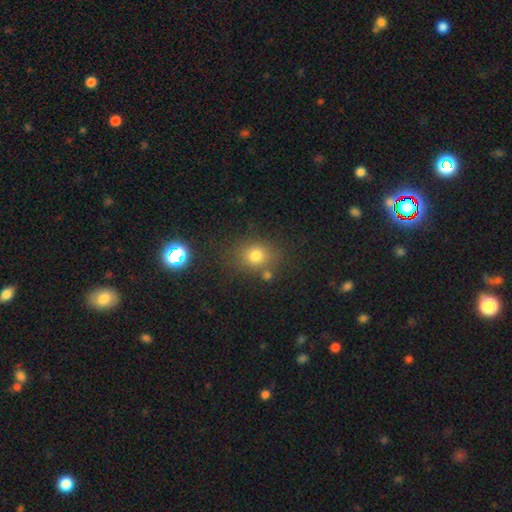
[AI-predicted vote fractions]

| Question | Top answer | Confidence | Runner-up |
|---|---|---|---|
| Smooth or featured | smooth | 76% | star or artifact (15%) |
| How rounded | round | 62% | in between (37%) |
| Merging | none | 72% | minor disturbance (13%) |